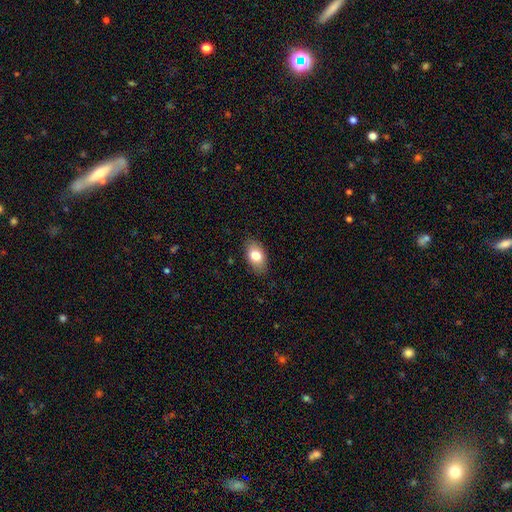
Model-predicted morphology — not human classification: type=smooth (78%); roundness=in between (91%); merging=none (85%).